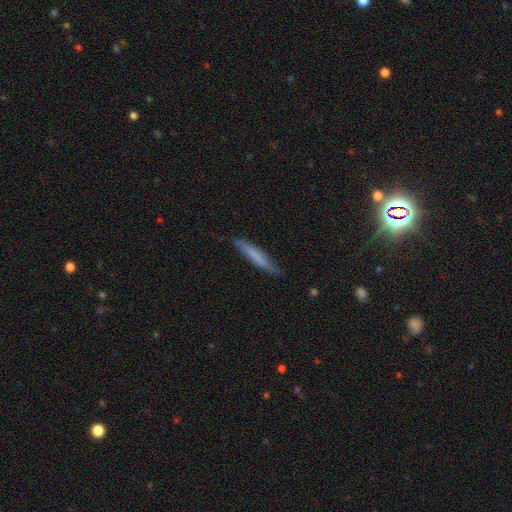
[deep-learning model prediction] smooth-or-featured: smooth: 67% | featured or disk: 26% | star or artifact: 6%
  how-rounded: cigar-shaped: 93% | in between: 6% | round: 1%
  merging: none: 82% | minor disturbance: 14% | major disturbance: 3% | merger: 1%